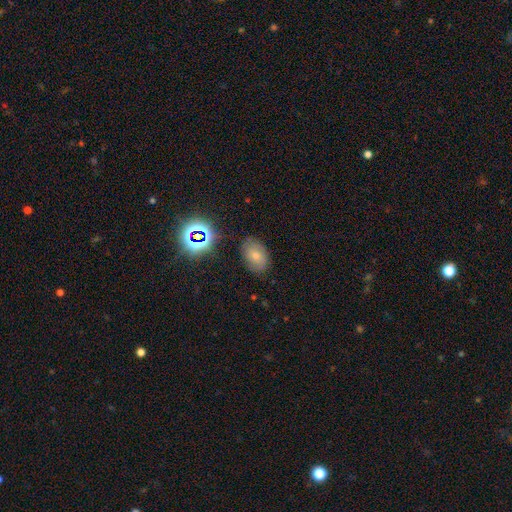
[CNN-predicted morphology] This appears to be a smooth galaxy with no disk features (69%) that is in between round and cigar-shaped (85%). Merging: none (82%).